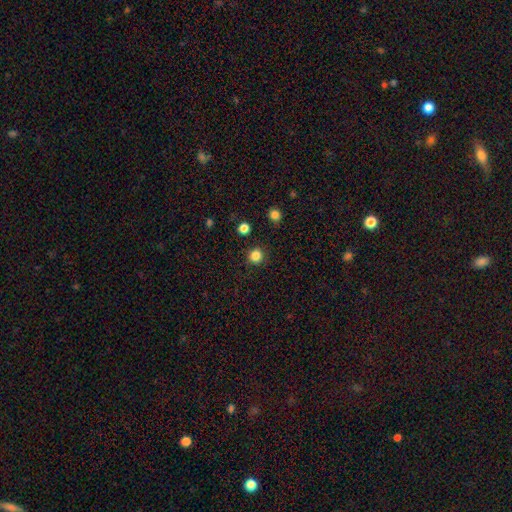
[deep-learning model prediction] Smooth or featured: smooth — 84% (star or artifact — 12%)
How rounded: round — 93% (in between — 6%)
Merging: none — 90% (minor disturbance — 6%)